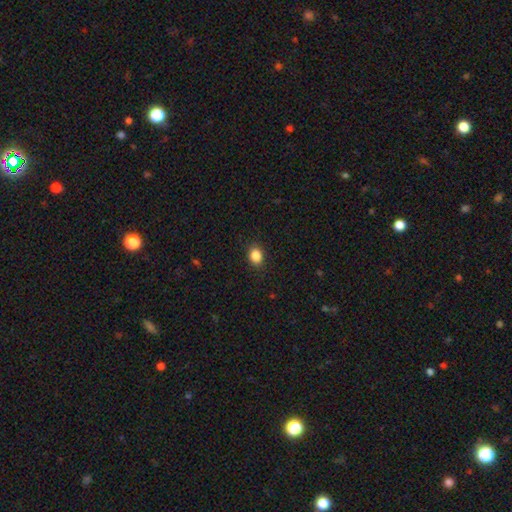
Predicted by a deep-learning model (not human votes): This appears to be a smooth galaxy with no disk features (86%) that is in between round and cigar-shaped (54%). Merging: none (89%).